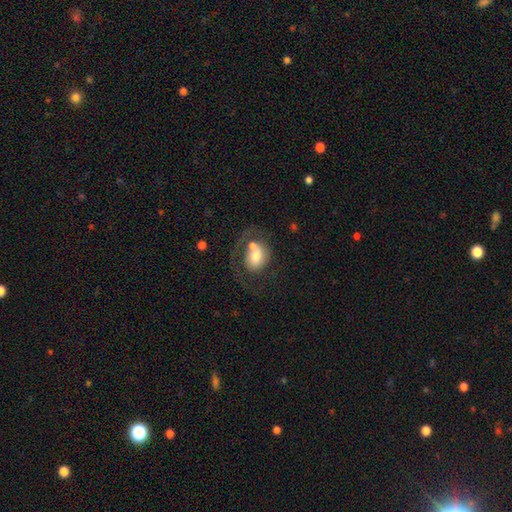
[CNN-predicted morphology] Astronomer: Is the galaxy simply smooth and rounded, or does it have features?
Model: smooth — 52% (runner-up: featured or disk, 40%).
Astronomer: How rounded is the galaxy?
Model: in between — 53% (runner-up: round, 46%).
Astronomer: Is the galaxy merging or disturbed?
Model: none — 33% (runner-up: major disturbance, 27%).